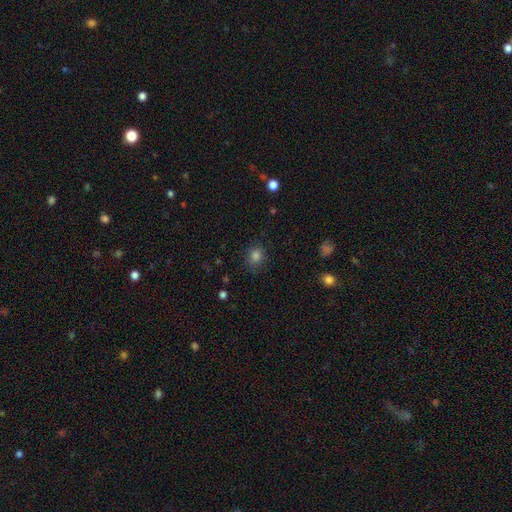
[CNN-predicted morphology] smooth 81%, star or artifact 13%, featured or disk 5%. Down the decision tree: how rounded — round (59%); merging — none (79%).